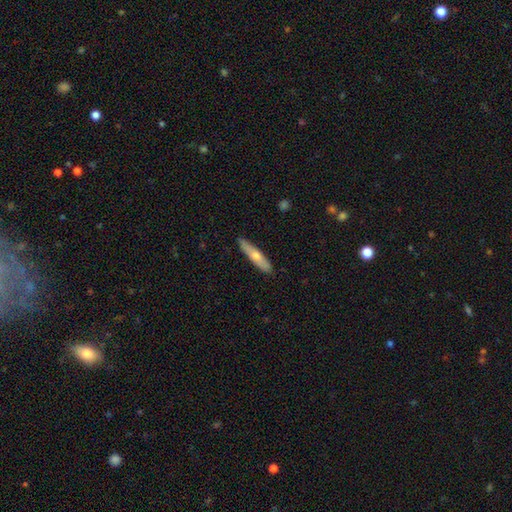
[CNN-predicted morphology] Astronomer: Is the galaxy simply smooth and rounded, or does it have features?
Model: smooth — 55% (runner-up: featured or disk, 39%).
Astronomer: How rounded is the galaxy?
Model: cigar-shaped — 86%.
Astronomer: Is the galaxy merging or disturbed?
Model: none — 88%.